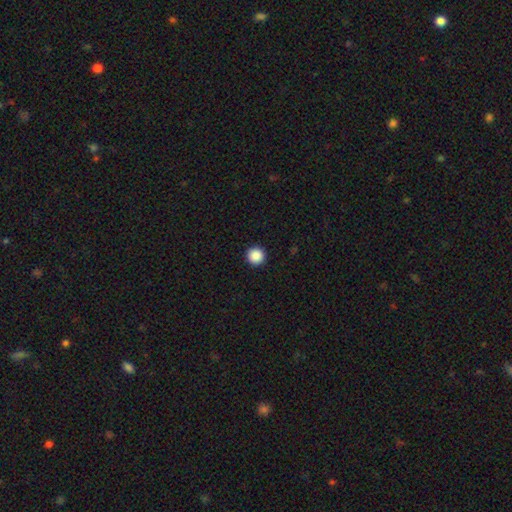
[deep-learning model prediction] Smooth or featured? smooth (88%)
How rounded? round (96%)
Merging? none (94%)